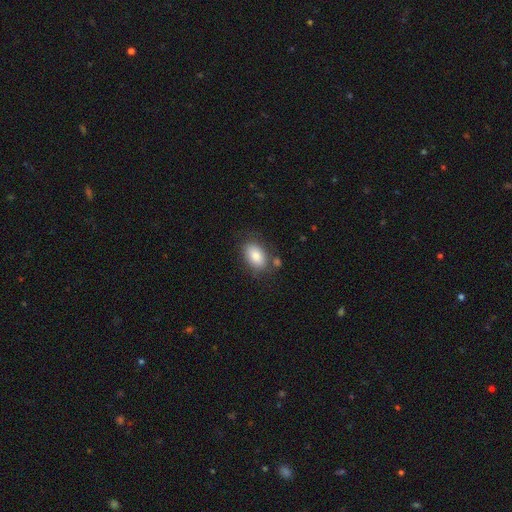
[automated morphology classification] Overall: smooth (84%). How rounded: in between (90%). Merging: none (72%).